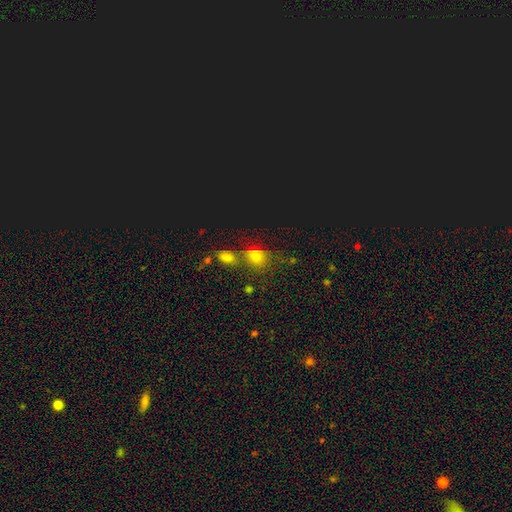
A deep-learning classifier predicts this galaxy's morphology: Smooth or featured: smooth — 64% (star or artifact — 27%)
How rounded: round — 59% (in between — 39%)
Merging: none — 52% (merger — 30%)